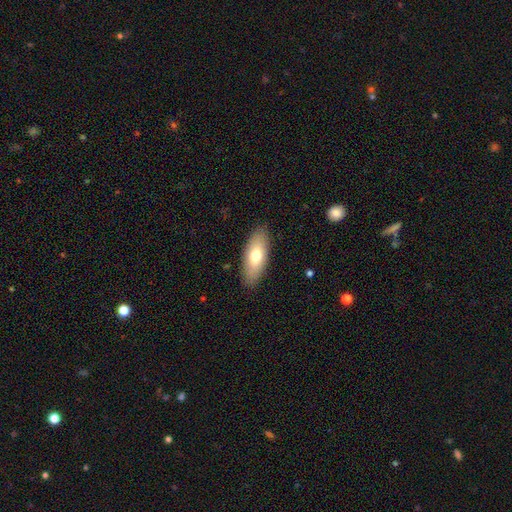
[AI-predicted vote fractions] smooth_or_featured: smooth (p=0.70) [alt: featured or disk p=0.24]
how_rounded: in between (p=0.78) [alt: cigar-shaped p=0.19]
merging: none (p=0.88) [alt: minor disturbance p=0.09]